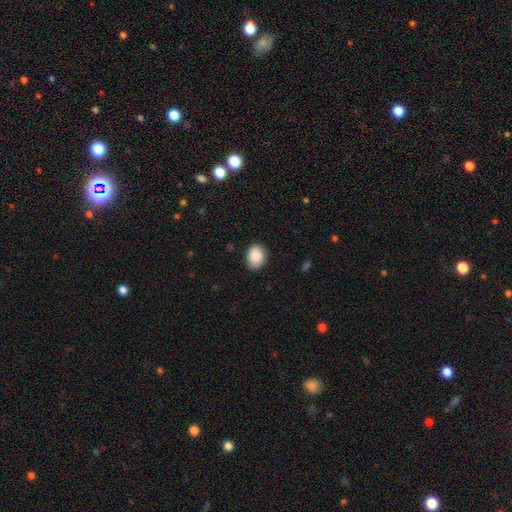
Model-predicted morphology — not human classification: smooth 88%, star or artifact 7%, featured or disk 5%. Down the decision tree: how rounded — in between (62%); merging — none (86%).